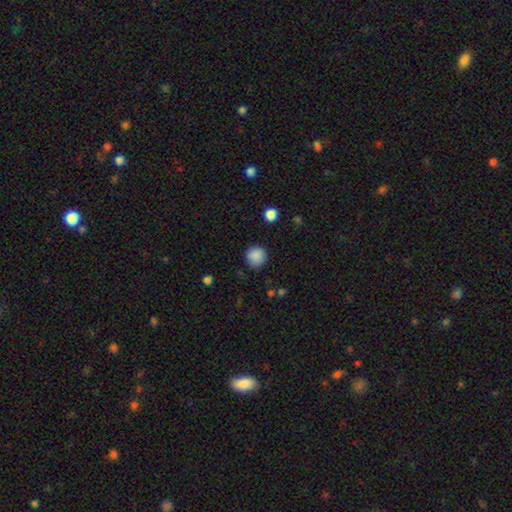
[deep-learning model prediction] smooth-or-featured: smooth: 88% | star or artifact: 9% | featured or disk: 3%
  how-rounded: round: 94% | in between: 5% | cigar-shaped: 1%
  merging: none: 88% | minor disturbance: 8% | major disturbance: 3% | merger: 1%